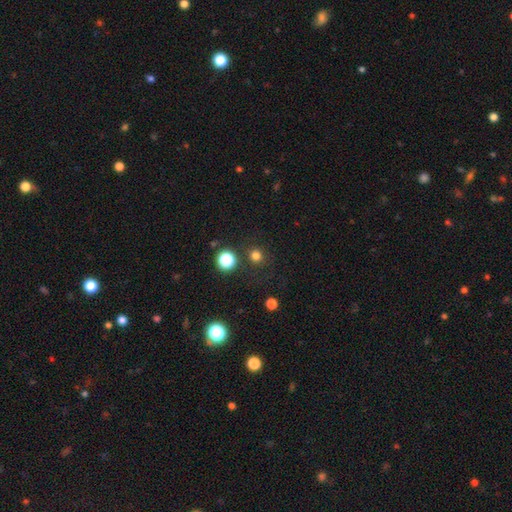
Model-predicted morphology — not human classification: smooth 77%, star or artifact 19%, featured or disk 4%. Down the decision tree: how rounded — round (91%); merging — none (85%).